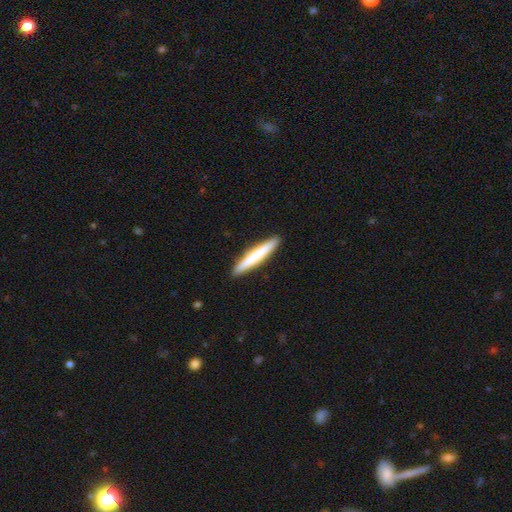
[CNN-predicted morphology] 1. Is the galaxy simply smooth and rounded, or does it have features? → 68% smooth, 27% featured or disk, 5% star or artifact.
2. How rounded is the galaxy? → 95% cigar-shaped, 3% in between, 1% round.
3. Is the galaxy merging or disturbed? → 92% none, 6% minor disturbance, 1% major disturbance, 1% merger.